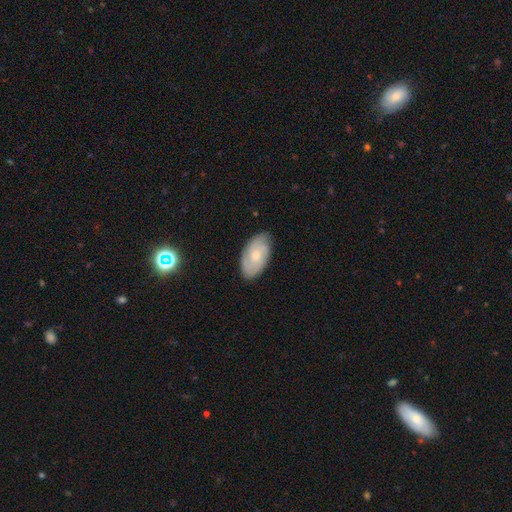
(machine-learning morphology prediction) smooth-or-featured: featured or disk: 63% | smooth: 30% | star or artifact: 7%
  disk-edge-on: no: 95% | yes: 5%
    bar: no: 74% | weak: 23% | strong: 3%
    has-spiral-arms: yes: 90% | no: 10%
      spiral-winding: tight: 56% | medium: 34% | loose: 10%
      spiral-arm-count: can't tell: 33% | 2: 29% | 3: 24% | 4: 7% | 1: 4% | more than 4: 4%
    bulge-size: small: 60% | moderate: 35% | none: 3% | large: 1% | dominant: 1%
  merging: none: 79% | minor disturbance: 17% | major disturbance: 3% | merger: 1%